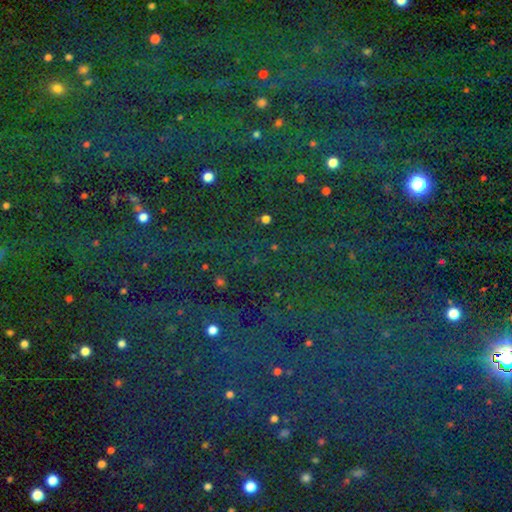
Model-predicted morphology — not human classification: Smooth or featured? star or artifact (82%)